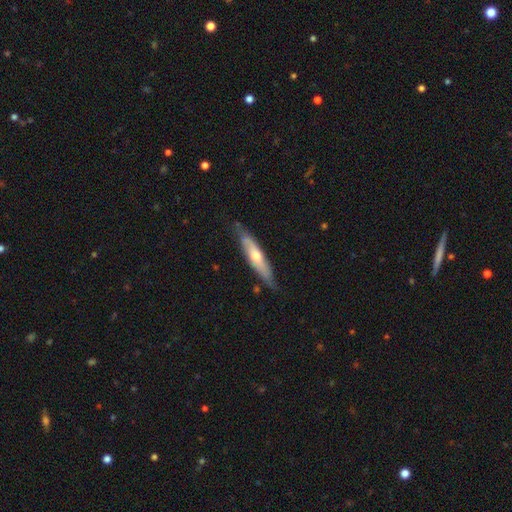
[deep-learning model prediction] Smooth or featured? Predicted: featured or disk (p=0.53). Edge-on disk? Predicted: yes (p=0.69). Merging? Predicted: none (p=0.75).